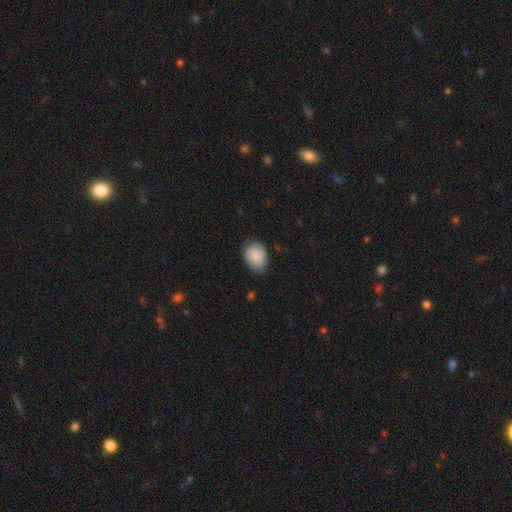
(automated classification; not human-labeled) smooth-or-featured: smooth: 87% | star or artifact: 7% | featured or disk: 6%
  how-rounded: in between: 62% | round: 37% | cigar-shaped: 1%
  merging: none: 65% | minor disturbance: 28% | major disturbance: 5% | merger: 1%